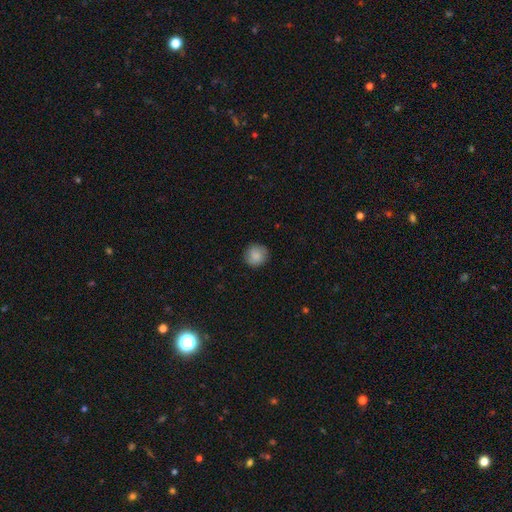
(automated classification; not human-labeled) This is clearly a smooth galaxy (86%). How rounded: clearly round (92%). Merging: clearly none (88%).